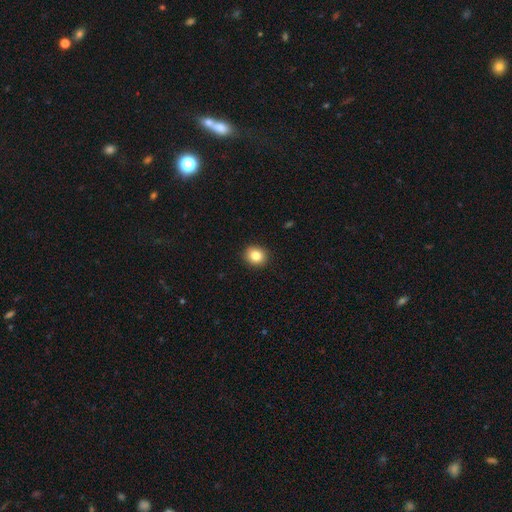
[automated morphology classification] smooth_or_featured: smooth (p=0.83) [alt: star or artifact p=0.10]
how_rounded: round (p=0.78) [alt: in between p=0.21]
merging: none (p=0.92) [alt: minor disturbance p=0.06]